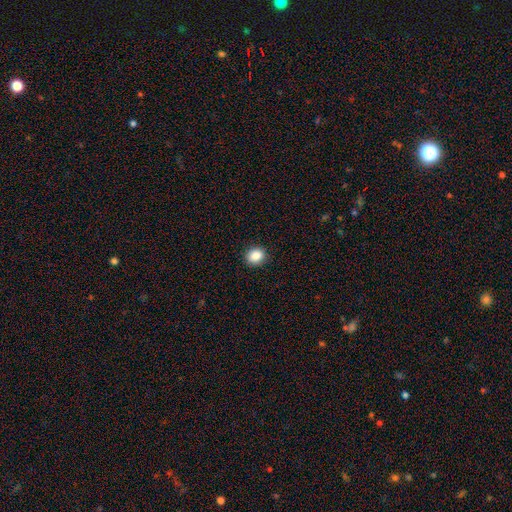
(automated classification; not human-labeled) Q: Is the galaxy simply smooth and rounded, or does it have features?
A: smooth — 86%.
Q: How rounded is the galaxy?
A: round — 70%.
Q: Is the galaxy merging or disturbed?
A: none — 91%.